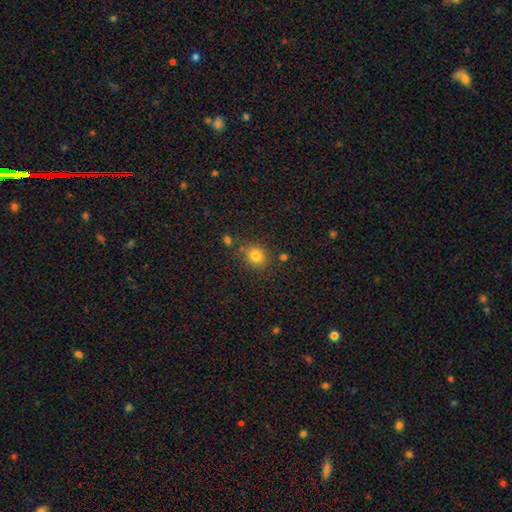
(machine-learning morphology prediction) Q: Smooth or featured?
A: smooth (81%); runner-up: star or artifact (13%)
Q: How rounded?
A: round (80%); runner-up: in between (19%)
Q: Merging?
A: none (80%); runner-up: minor disturbance (11%)